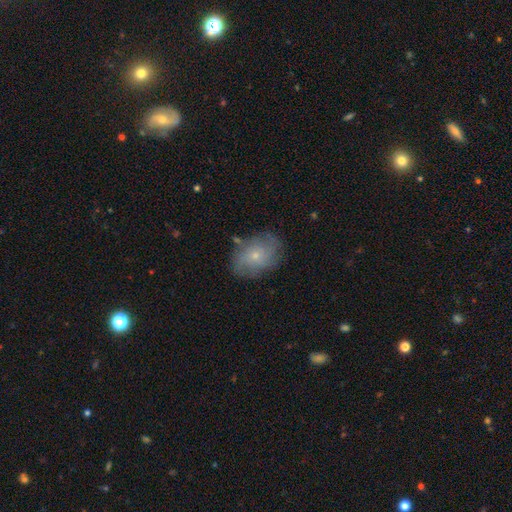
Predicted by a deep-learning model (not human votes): Smooth or featured: featured or disk — 48% (smooth — 42%)
Merging: none — 74% (minor disturbance — 18%)